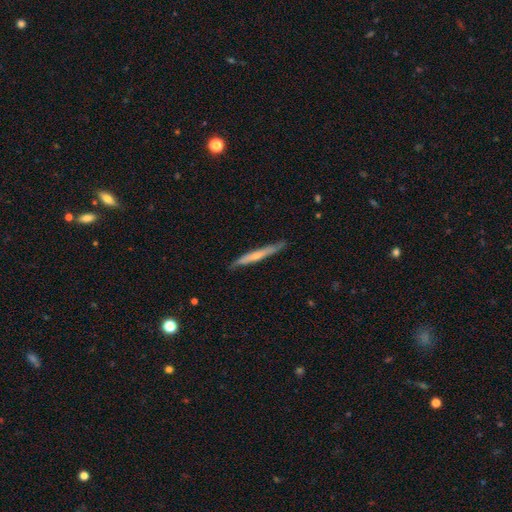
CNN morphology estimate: featured or disk 49%, smooth 45%, star or artifact 6%. Down the decision tree: merging — none (84%).